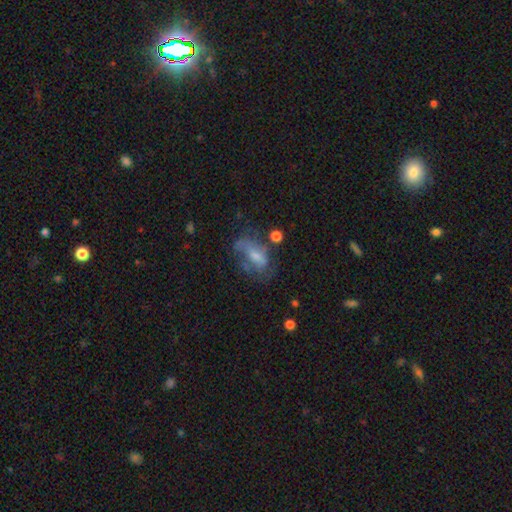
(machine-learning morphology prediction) Smooth or featured? Predicted: featured or disk (p=0.51). Edge-on disk? Predicted: no (p=0.91). Merging? Predicted: none (p=0.44).